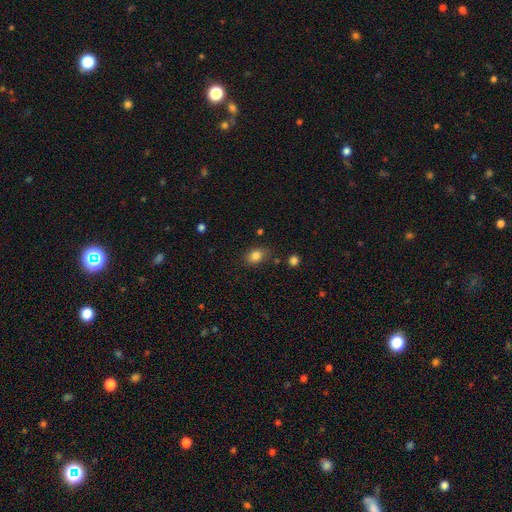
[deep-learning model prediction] smooth 83%, star or artifact 10%, featured or disk 6%. Down the decision tree: how rounded — in between (69%); merging — none (79%).